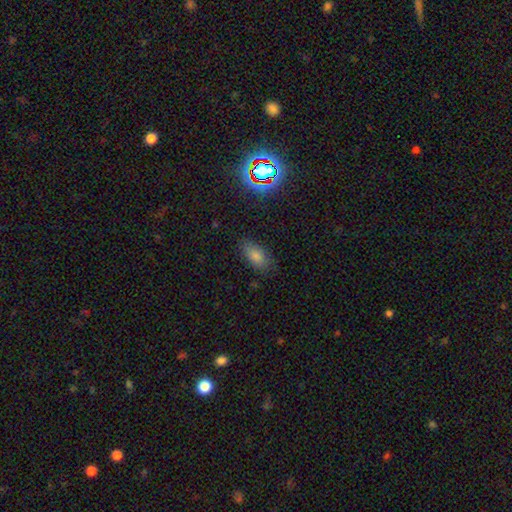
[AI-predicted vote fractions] This is likely a smooth galaxy (71%). How rounded: clearly in between (87%). Merging: clearly none (81%).